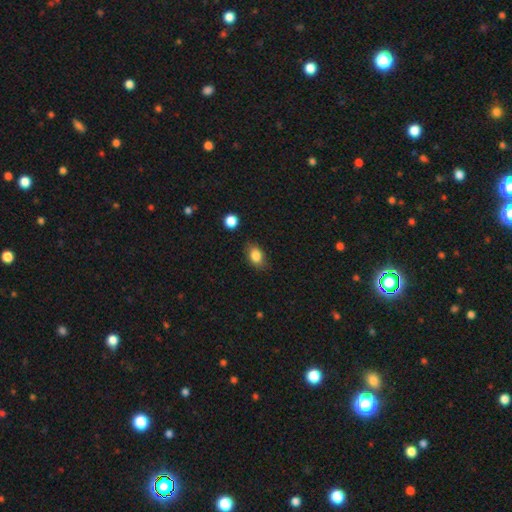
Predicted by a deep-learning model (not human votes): A smooth galaxy with no disk features (84%) that is in between round and cigar-shaped (79%). Merging: none (80%).